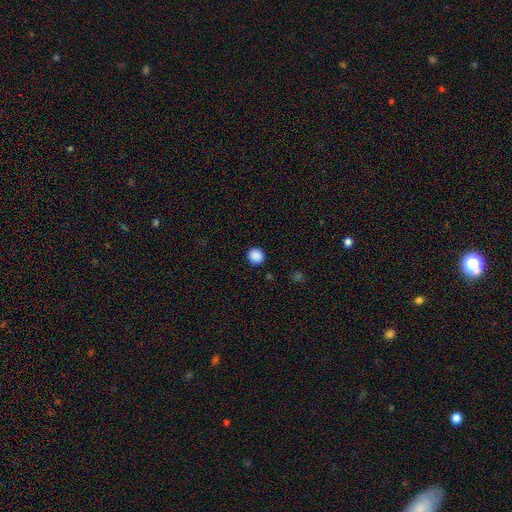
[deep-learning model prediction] smooth-or-featured: smooth: 88% | star or artifact: 9% | featured or disk: 2%
  how-rounded: round: 89% | in between: 10% | cigar-shaped: 1%
  merging: none: 91% | minor disturbance: 6% | major disturbance: 2% | merger: 1%